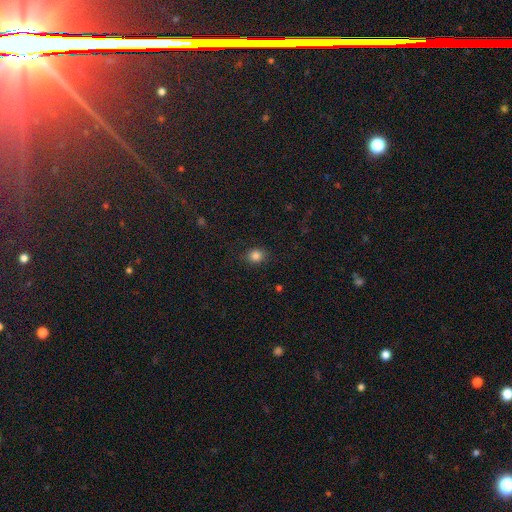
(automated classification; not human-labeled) smooth 83%, star or artifact 12%, featured or disk 5%. Down the decision tree: how rounded — round (68%); merging — none (86%).